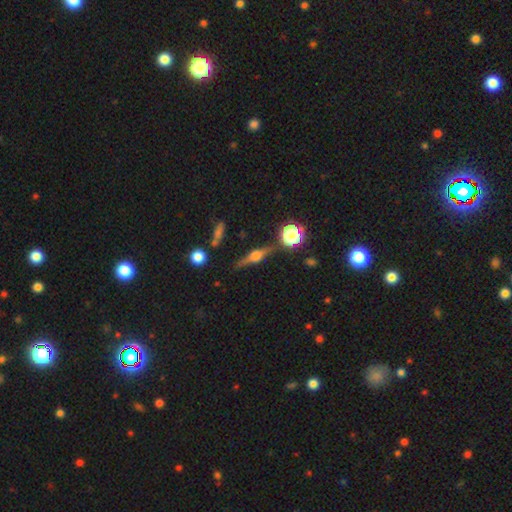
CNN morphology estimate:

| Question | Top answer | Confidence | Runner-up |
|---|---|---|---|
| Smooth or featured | featured or disk | 77% | smooth (14%) |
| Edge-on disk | yes | 96% | no (4%) |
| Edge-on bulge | rounded | 90% | boxy (8%) |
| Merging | none | 83% | minor disturbance (11%) |